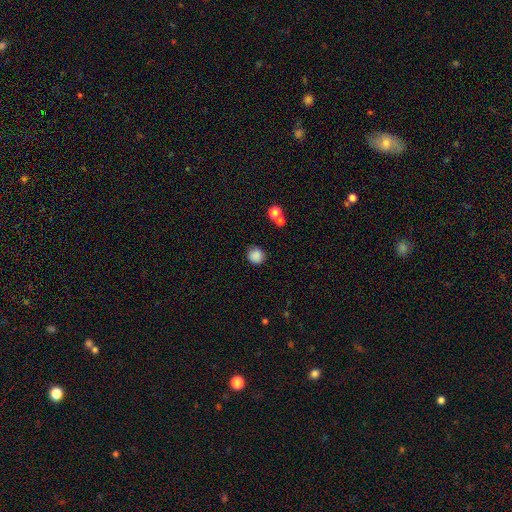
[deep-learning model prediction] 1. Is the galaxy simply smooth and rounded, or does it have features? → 85% smooth, 11% star or artifact, 4% featured or disk.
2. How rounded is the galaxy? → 93% round, 6% in between, 1% cigar-shaped.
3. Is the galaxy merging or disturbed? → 84% none, 9% minor disturbance, 4% merger, 3% major disturbance.